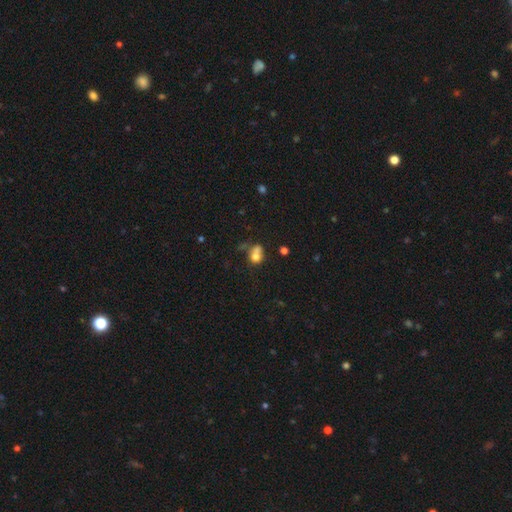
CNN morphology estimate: smooth 70%, featured or disk 17%, star or artifact 13%. Down the decision tree: how rounded — round (61%); merging — merger (49%).